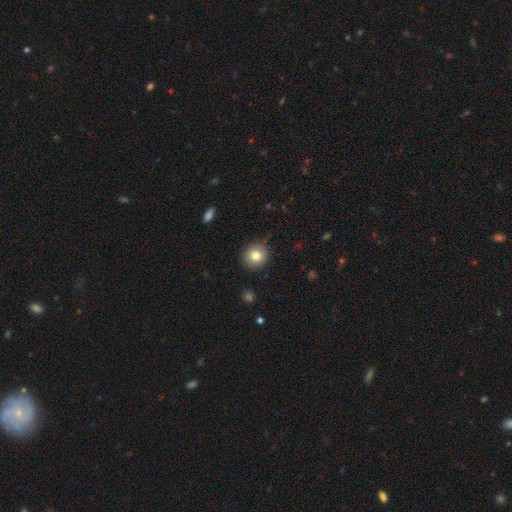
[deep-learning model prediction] smooth_or_featured: smooth (p=0.81) [alt: star or artifact p=0.10]
how_rounded: round (p=0.92) [alt: in between p=0.07]
merging: none (p=0.85) [alt: minor disturbance p=0.11]